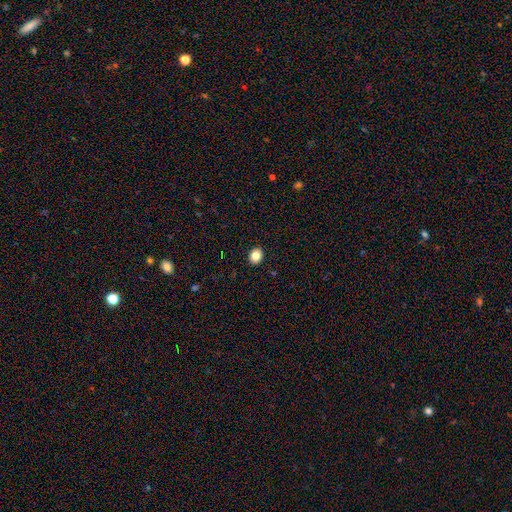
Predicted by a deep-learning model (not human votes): Smooth or featured? Predicted: smooth (p=0.84). How rounded? Predicted: round (p=0.53). Merging? Predicted: none (p=0.92).